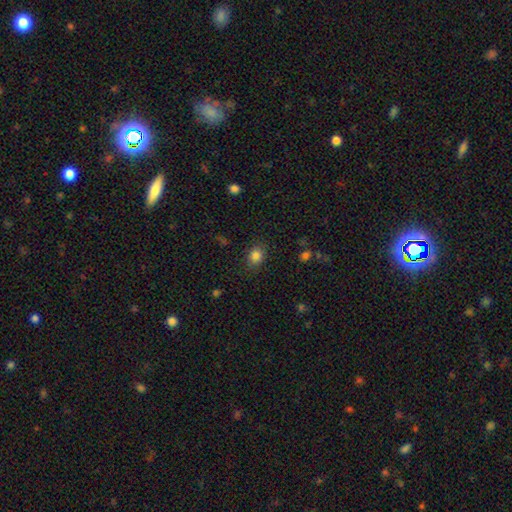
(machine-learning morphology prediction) Smooth or featured? Predicted: smooth (p=0.83). How rounded? Predicted: round (p=0.51). Merging? Predicted: none (p=0.83).